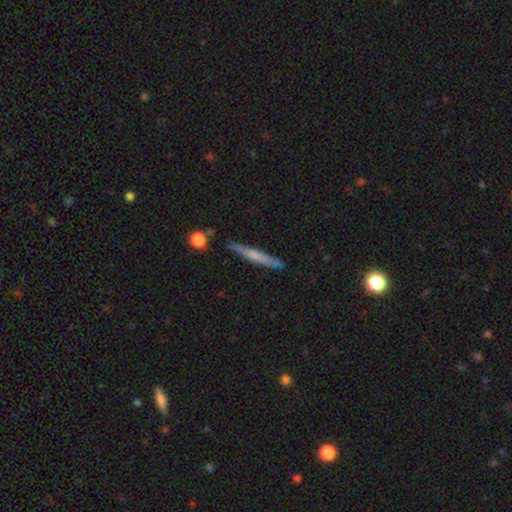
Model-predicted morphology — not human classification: Smooth or featured: smooth — 47% (featured or disk — 46%)
Merging: none — 85% (minor disturbance — 10%)